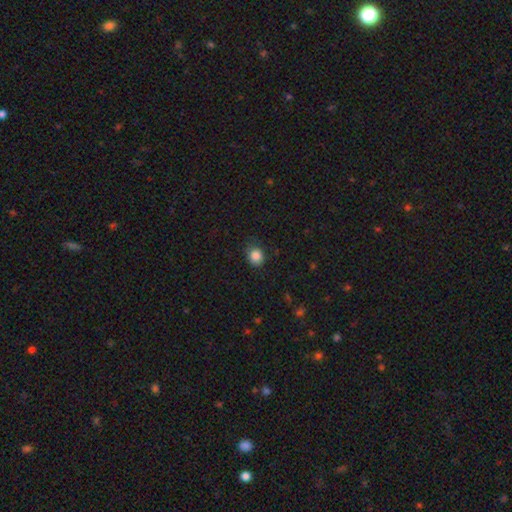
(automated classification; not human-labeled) Q: Smooth or featured?
A: smooth (86%); runner-up: star or artifact (10%)
Q: How rounded?
A: round (68%); runner-up: in between (32%)
Q: Merging?
A: none (77%); runner-up: minor disturbance (18%)